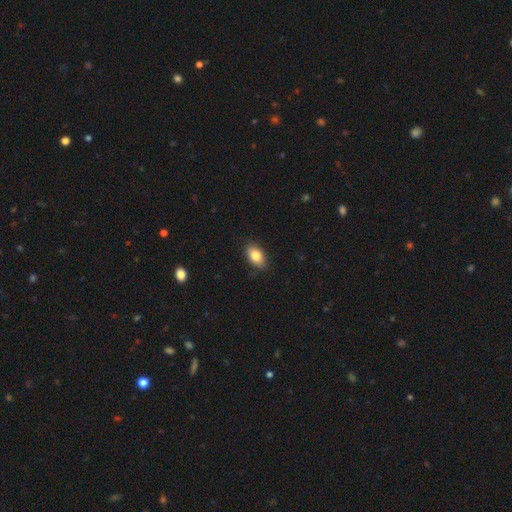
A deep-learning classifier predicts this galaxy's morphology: Smooth or featured?
  - smooth: 82% *
  - featured or disk: 10%
  - star or artifact: 8%
How rounded?
  - in between: 90% *
  - round: 7%
  - cigar-shaped: 3%
Merging?
  - none: 87% *
  - minor disturbance: 10%
  - major disturbance: 2%
  - merger: 1%